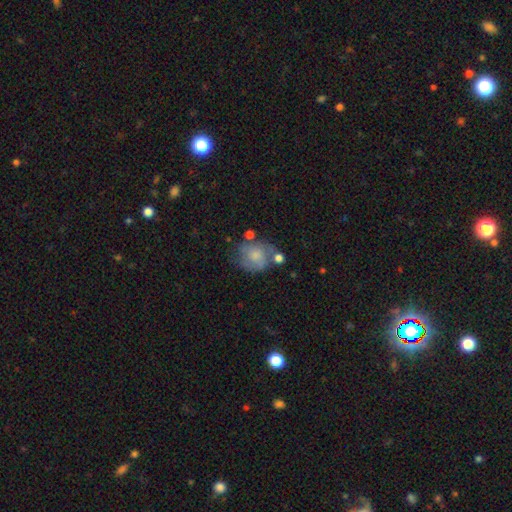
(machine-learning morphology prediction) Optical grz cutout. It shows a smooth galaxy with no disk features (55%) that is round (65%). Merging: none (45%).